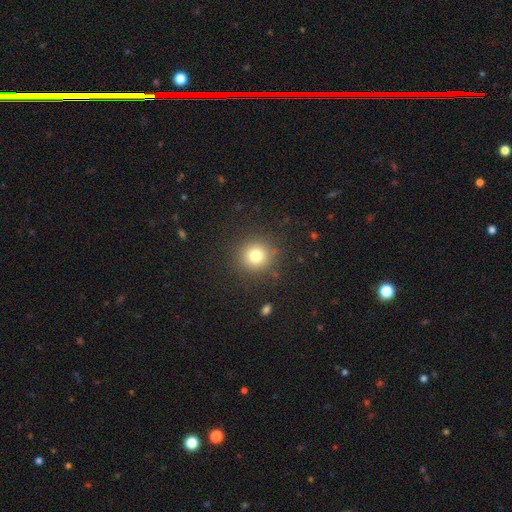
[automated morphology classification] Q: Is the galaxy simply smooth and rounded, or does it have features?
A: smooth — 78%.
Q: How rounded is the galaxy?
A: round — 92%.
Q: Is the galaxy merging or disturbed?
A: none — 88%.